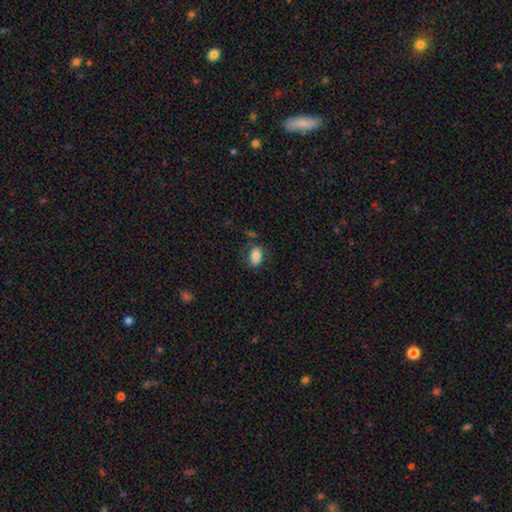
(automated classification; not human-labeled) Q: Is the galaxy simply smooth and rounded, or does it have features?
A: smooth — 79%.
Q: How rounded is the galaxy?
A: in between — 85%.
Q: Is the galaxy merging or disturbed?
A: none — 69%.